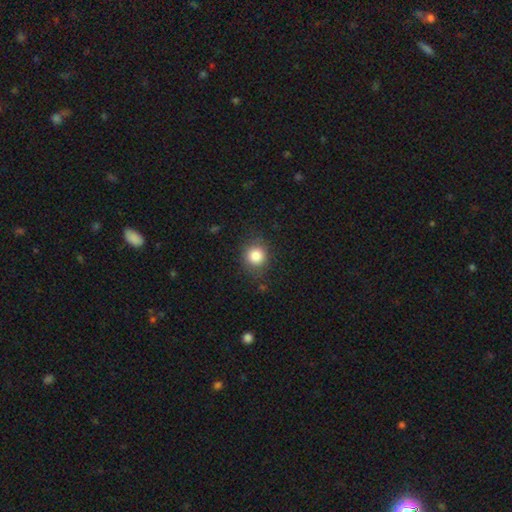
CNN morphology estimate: Q: Smooth or featured?
A: smooth (84%); runner-up: star or artifact (10%)
Q: How rounded?
A: round (85%); runner-up: in between (14%)
Q: Merging?
A: none (82%); runner-up: minor disturbance (12%)